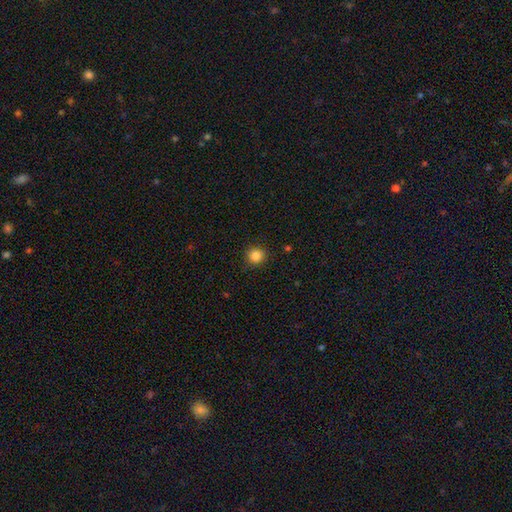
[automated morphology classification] Smooth or featured? smooth (85%)
How rounded? round (92%)
Merging? none (90%)